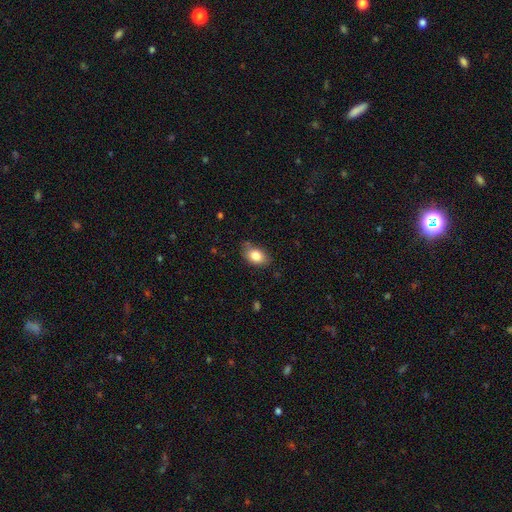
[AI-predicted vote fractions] This is clearly a smooth galaxy (84%). How rounded: clearly in between (88%). Merging: likely none (74%).